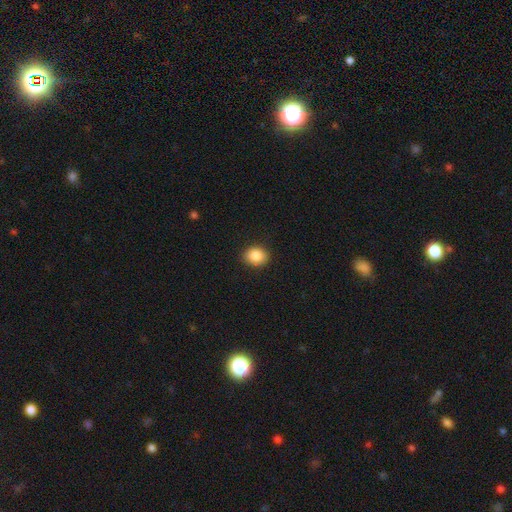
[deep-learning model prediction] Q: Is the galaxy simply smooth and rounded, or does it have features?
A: smooth — 87%.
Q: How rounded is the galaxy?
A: round — 55%.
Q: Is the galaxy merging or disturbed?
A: none — 89%.